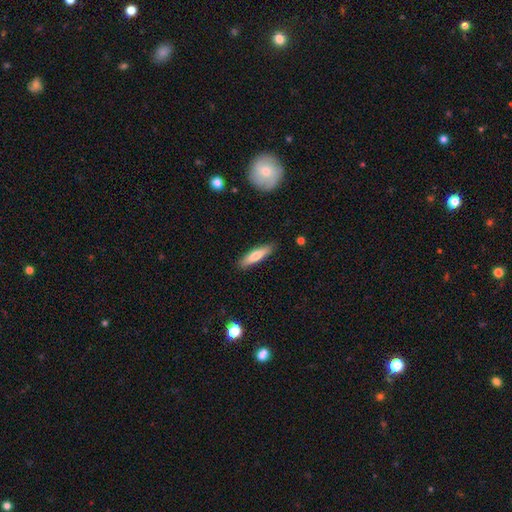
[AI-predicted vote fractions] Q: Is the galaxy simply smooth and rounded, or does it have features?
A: smooth — 72%.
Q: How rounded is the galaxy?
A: cigar-shaped — 75%.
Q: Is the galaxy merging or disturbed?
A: none — 89%.